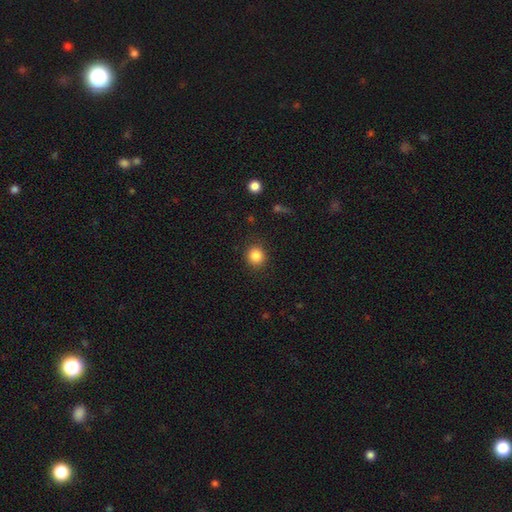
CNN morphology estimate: Overall: smooth (85%). How rounded: round (88%). Merging: none (88%).